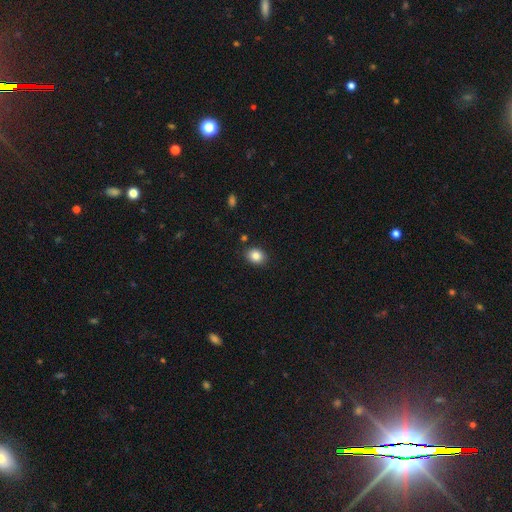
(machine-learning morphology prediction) This is clearly a smooth galaxy (85%). How rounded: possibly in between (52%). Merging: clearly none (87%).